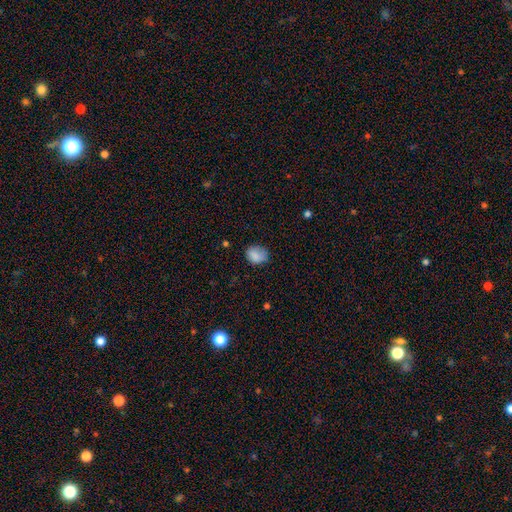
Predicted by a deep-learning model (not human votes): smooth 85%, star or artifact 9%, featured or disk 6%. Down the decision tree: how rounded — round (54%); merging — none (68%).